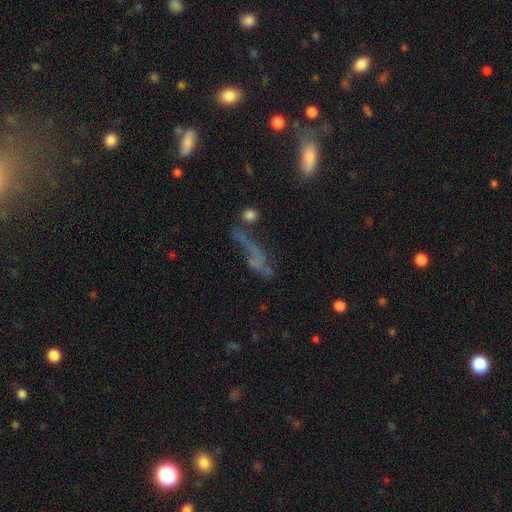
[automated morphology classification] Smooth or featured? Predicted: featured or disk (p=0.42). Merging? Predicted: major disturbance (p=0.34, tied with none).